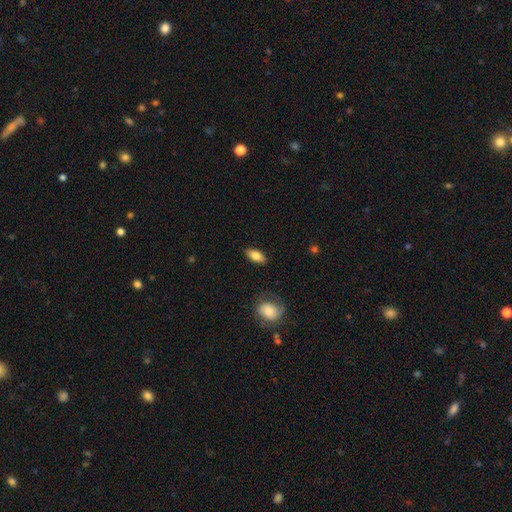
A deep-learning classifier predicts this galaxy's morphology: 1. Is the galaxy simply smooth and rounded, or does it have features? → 81% smooth, 12% featured or disk, 7% star or artifact.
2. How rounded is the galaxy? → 89% in between, 7% cigar-shaped, 4% round.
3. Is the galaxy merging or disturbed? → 85% none, 10% minor disturbance, 3% major disturbance, 2% merger.